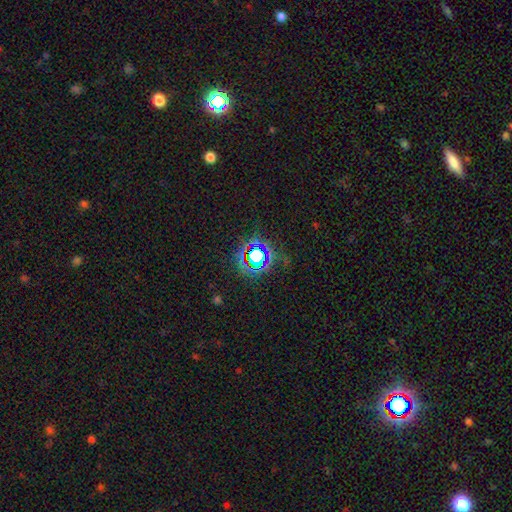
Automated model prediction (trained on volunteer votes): smooth_or_featured: star or artifact (p=0.69) [alt: smooth p=0.19]